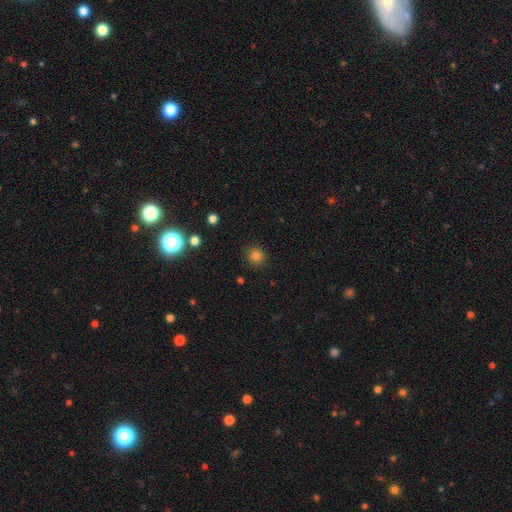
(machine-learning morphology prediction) Smooth or featured? Predicted: smooth (p=0.82). How rounded? Predicted: round (p=0.91). Merging? Predicted: none (p=0.89).